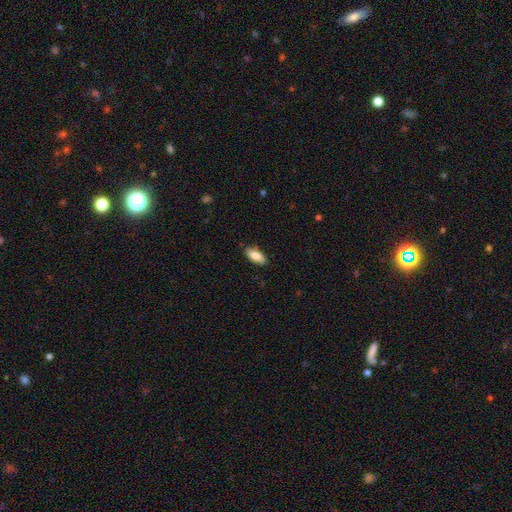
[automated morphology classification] smooth 85%, featured or disk 8%, star or artifact 6%. Down the decision tree: how rounded — in between (88%); merging — none (84%).